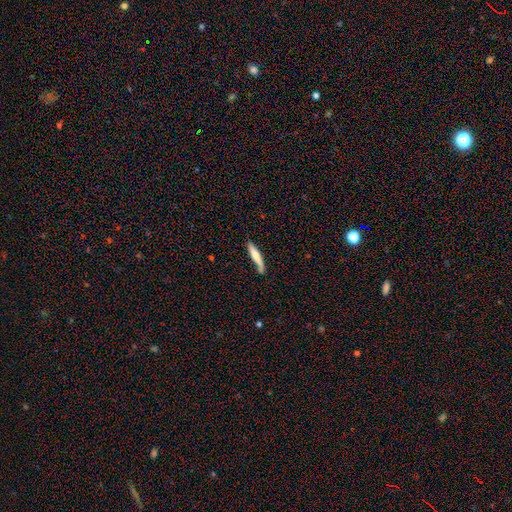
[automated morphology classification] Overall: smooth (62%; featured or disk 33%). How rounded: cigar-shaped (89%). Merging: none (66%).